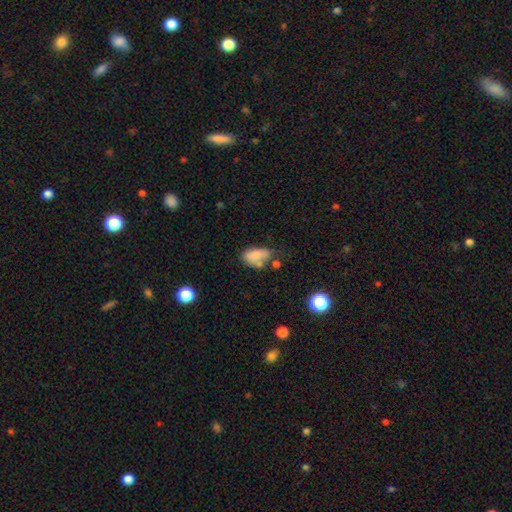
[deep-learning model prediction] Smooth or featured: smooth — 75% (featured or disk — 15%)
How rounded: in between — 90% (round — 7%)
Merging: none — 38% (minor disturbance — 28%)